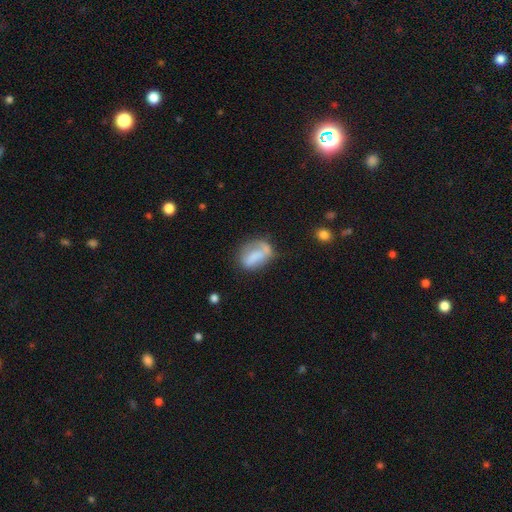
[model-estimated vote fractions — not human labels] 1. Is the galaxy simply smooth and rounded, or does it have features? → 57% smooth, 35% featured or disk, 9% star or artifact.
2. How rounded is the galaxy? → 80% in between, 17% round, 3% cigar-shaped.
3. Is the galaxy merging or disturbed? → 40% none, 29% minor disturbance, 23% major disturbance, 8% merger.